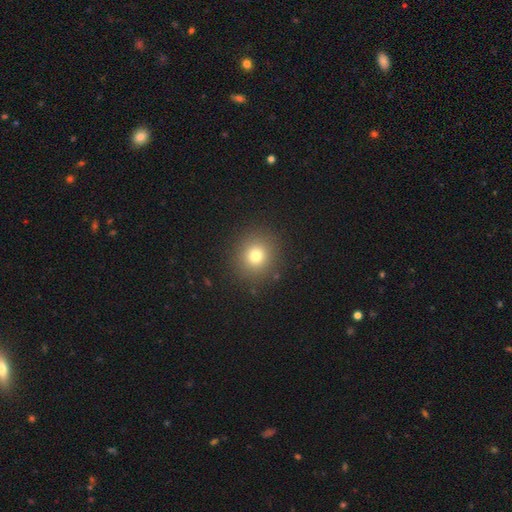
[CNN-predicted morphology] smooth-or-featured: smooth: 76% | star or artifact: 15% | featured or disk: 9%
  how-rounded: round: 90% | in between: 10% | cigar-shaped: 1%
  merging: none: 90% | minor disturbance: 6% | major disturbance: 3% | merger: 1%